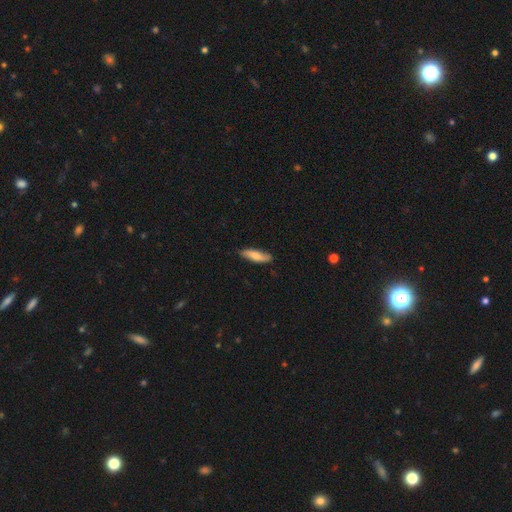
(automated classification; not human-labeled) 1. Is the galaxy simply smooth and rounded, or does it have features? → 73% smooth, 22% featured or disk, 6% star or artifact.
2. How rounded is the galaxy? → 57% cigar-shaped, 41% in between, 2% round.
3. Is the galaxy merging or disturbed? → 82% none, 15% minor disturbance, 2% major disturbance, 1% merger.